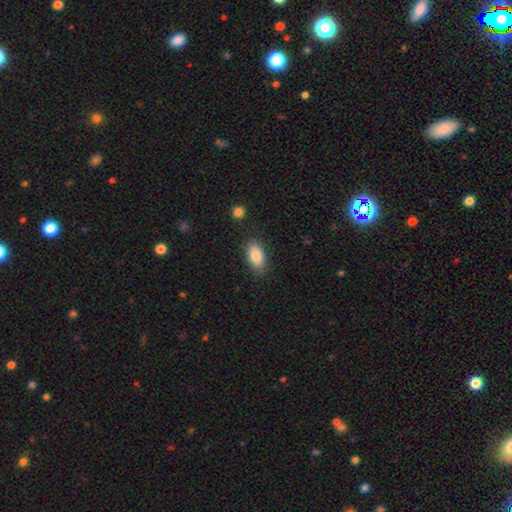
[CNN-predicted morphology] Smooth or featured? smooth (85%)
How rounded? in between (92%)
Merging? none (83%)